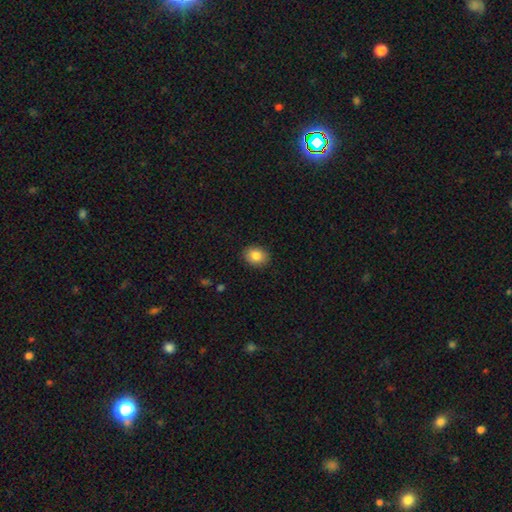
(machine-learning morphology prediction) A smooth galaxy with no disk features (84%) that is in between round and cigar-shaped (51%).

Vote fractions:
- Smooth or featured? smooth: 84% / star or artifact: 9% / featured or disk: 7%
- How rounded? in between: 51% / round: 48% / cigar-shaped: 1%
- Merging? none: 90% / minor disturbance: 8% / major disturbance: 2% / merger: 1%